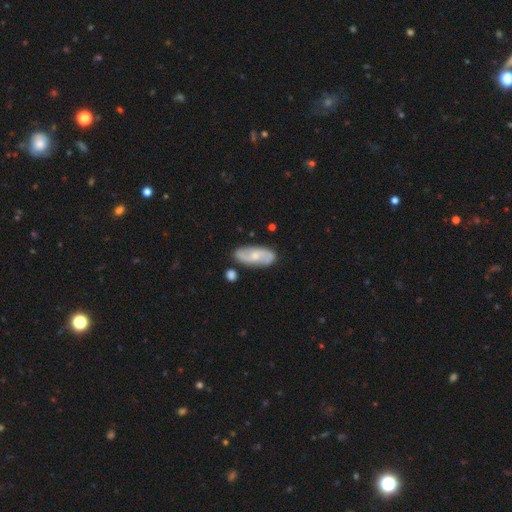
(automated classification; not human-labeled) Overall: featured or disk (67%; smooth 28%). Edge-on disk: no (93%). Bar: no (58%; weak 35%). Spiral arms: yes (91%). Spiral arm count: 2 (84%). Spiral winding: medium (43%; loose 35%). Bulge size: small (49%; moderate 42%). Merging: none (80%).